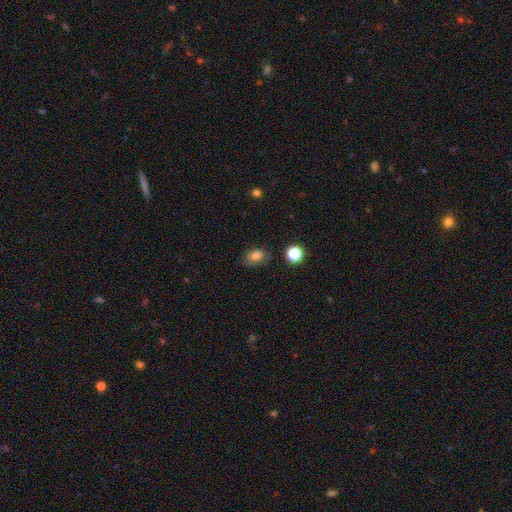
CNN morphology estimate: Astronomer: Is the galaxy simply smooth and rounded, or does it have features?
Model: smooth — 76%.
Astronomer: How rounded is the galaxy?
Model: in between — 68%.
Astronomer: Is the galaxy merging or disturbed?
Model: none — 68%.